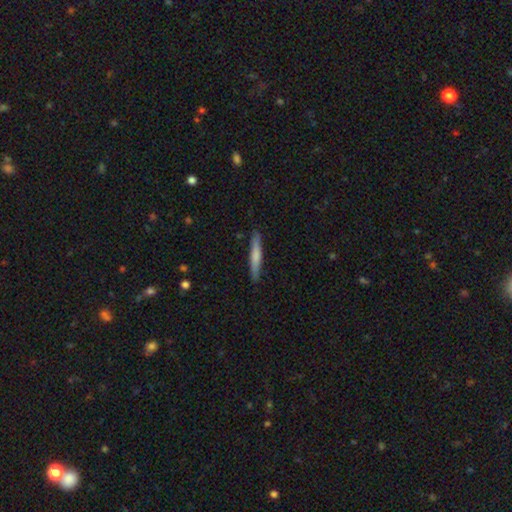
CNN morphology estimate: The model was most divided on "smooth or featured": smooth: 67%, featured or disk: 28%, star or artifact: 5%. More confident: how rounded — cigar-shaped (94%); merging — none (89%).